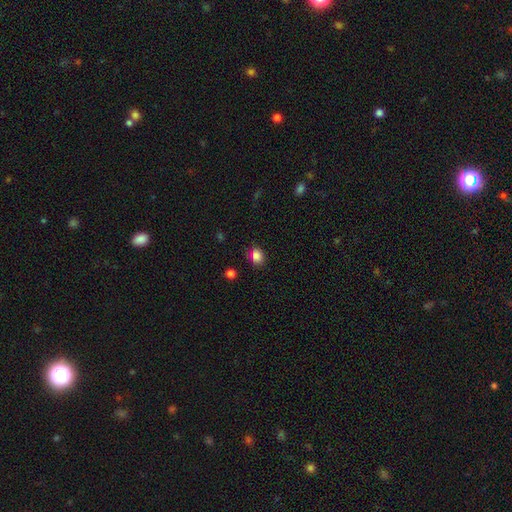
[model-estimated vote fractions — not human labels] Smooth or featured? Predicted: smooth (p=0.82). How rounded? Predicted: in between (p=0.50). Merging? Predicted: none (p=0.76).